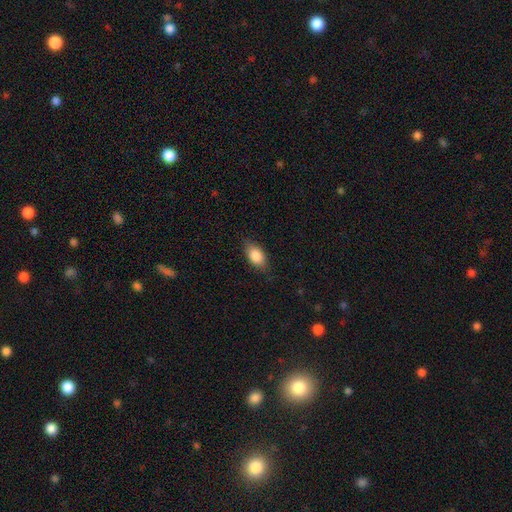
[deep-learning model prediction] A smooth galaxy with no disk features (85%) that is in between round and cigar-shaped (89%). Merging: none (80%).